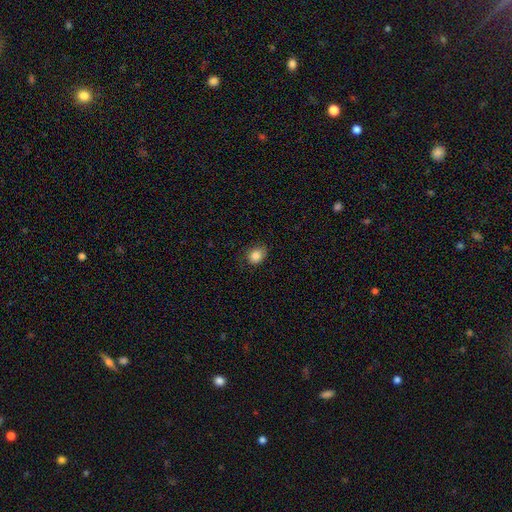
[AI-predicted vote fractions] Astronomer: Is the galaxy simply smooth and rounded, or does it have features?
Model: smooth — 85%.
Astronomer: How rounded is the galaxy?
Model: in between — 57% (runner-up: round, 42%).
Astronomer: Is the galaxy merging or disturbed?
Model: none — 74%.